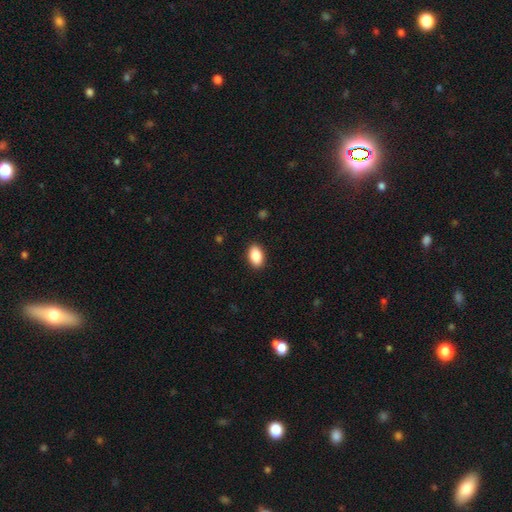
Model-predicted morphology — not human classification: smooth-or-featured: smooth: 88% | star or artifact: 7% | featured or disk: 4%
  how-rounded: in between: 91% | round: 7% | cigar-shaped: 2%
  merging: none: 90% | minor disturbance: 7% | major disturbance: 2% | merger: 1%